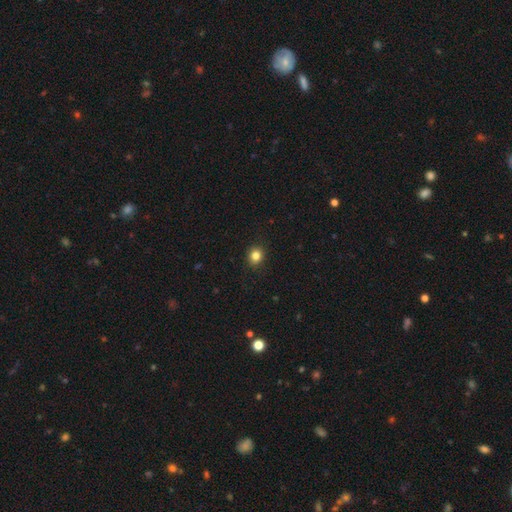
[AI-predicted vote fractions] A smooth galaxy with no disk features (84%) that is round (79%).

Vote fractions:
- Smooth or featured? smooth: 84% / star or artifact: 12% / featured or disk: 5%
- How rounded? round: 79% / in between: 20% / cigar-shaped: 1%
- Merging? none: 90% / minor disturbance: 7% / major disturbance: 2% / merger: 1%